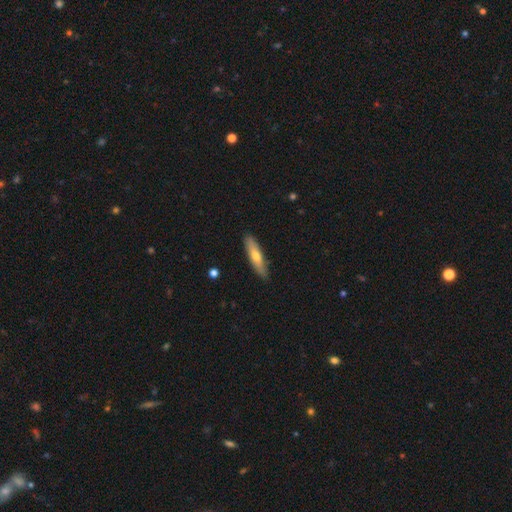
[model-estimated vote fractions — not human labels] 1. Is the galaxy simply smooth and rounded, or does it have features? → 57% smooth, 37% featured or disk, 6% star or artifact.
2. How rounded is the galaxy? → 81% cigar-shaped, 18% in between, 2% round.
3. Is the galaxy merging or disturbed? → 87% none, 11% minor disturbance, 2% major disturbance, 1% merger.